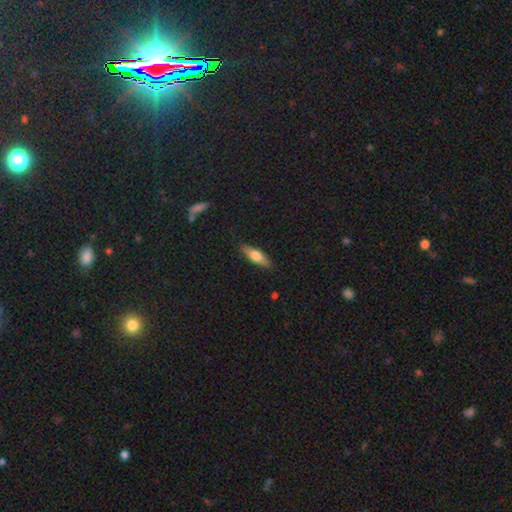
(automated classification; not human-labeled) This is likely a smooth galaxy (65%). How rounded: possibly in between (50%). Merging: clearly none (86%).